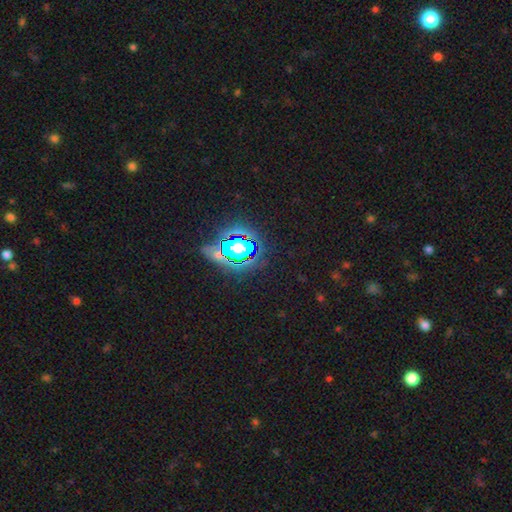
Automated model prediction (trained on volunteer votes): Smooth or featured? star or artifact (83%)